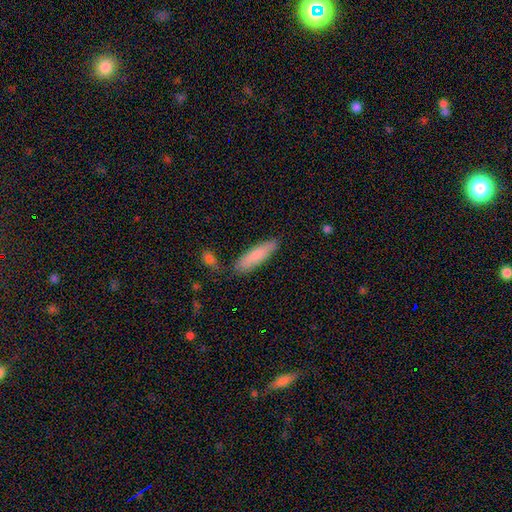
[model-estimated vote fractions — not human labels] smooth 82%, featured or disk 12%, star or artifact 6%. Down the decision tree: how rounded — cigar-shaped (65%); merging — none (79%).